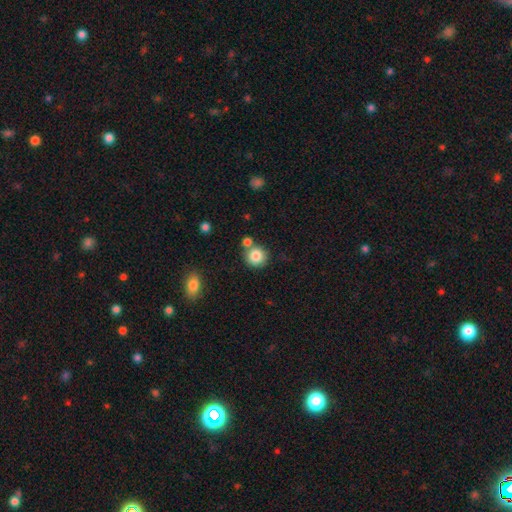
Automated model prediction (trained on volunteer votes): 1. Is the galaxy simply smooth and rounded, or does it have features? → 84% smooth, 9% star or artifact, 7% featured or disk.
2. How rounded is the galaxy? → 91% round, 8% in between, 1% cigar-shaped.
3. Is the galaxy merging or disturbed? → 70% none, 18% merger, 9% minor disturbance, 3% major disturbance.